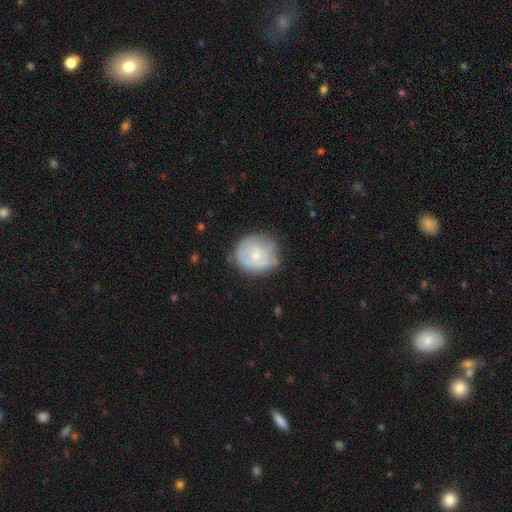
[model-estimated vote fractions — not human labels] Q: Smooth or featured?
A: smooth (51%); runner-up: featured or disk (42%)
Q: How rounded?
A: round (85%); runner-up: in between (14%)
Q: Merging?
A: none (66%); runner-up: minor disturbance (24%)